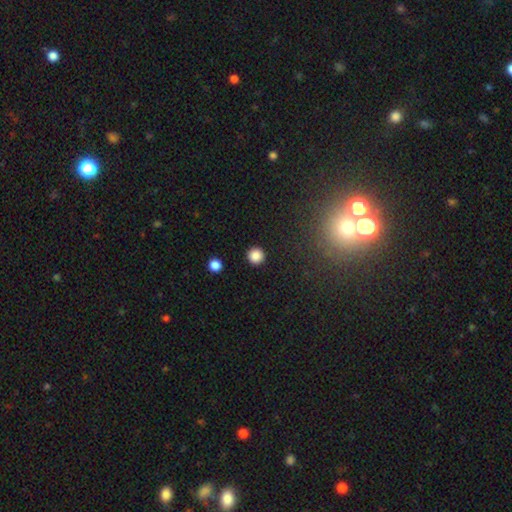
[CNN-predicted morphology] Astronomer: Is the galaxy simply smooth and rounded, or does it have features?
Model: smooth — 85%.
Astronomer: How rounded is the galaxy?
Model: round — 95%.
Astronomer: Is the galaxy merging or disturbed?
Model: none — 92%.